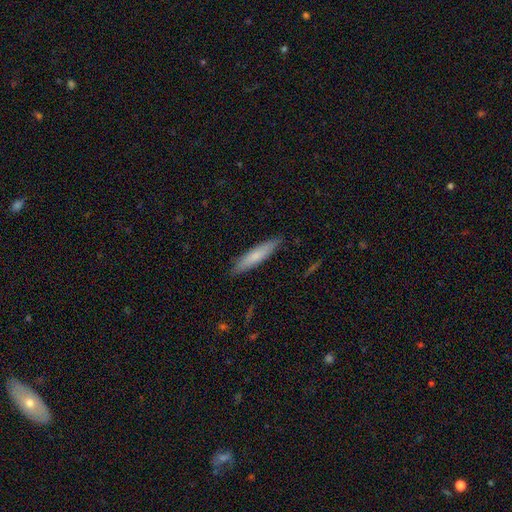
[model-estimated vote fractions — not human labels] Smooth or featured? smooth (72%)
How rounded? cigar-shaped (86%)
Merging? none (89%)